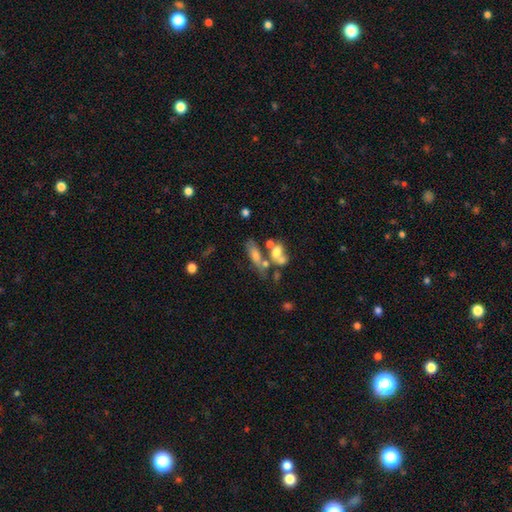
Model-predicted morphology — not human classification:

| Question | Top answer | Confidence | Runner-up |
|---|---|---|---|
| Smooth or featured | smooth | 58% | featured or disk (31%) |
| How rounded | in between | 58% | cigar-shaped (34%) |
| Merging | merger | 41% | none (31%) |